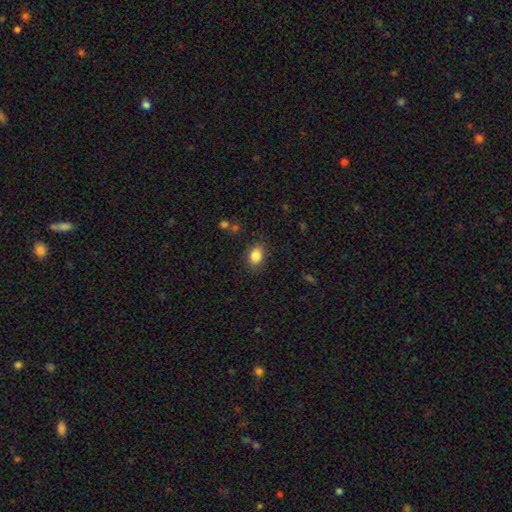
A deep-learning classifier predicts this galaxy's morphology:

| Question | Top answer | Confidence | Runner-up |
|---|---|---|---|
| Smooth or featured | smooth | 85% | star or artifact (9%) |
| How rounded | in between | 76% | round (22%) |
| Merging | none | 84% | minor disturbance (11%) |